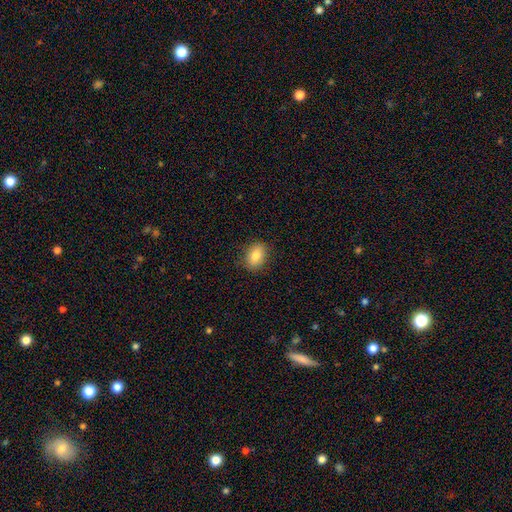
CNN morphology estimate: This appears to be a smooth galaxy with no disk features (82%) that is in between round and cigar-shaped (74%). Merging: none (85%).